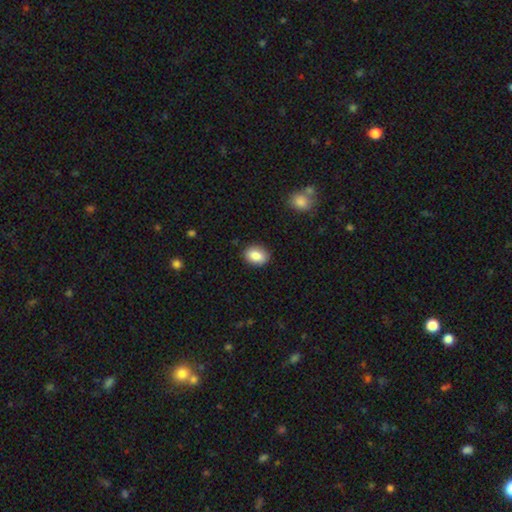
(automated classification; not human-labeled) smooth 88%, star or artifact 7%, featured or disk 5%. Down the decision tree: how rounded — in between (76%); merging — none (87%).